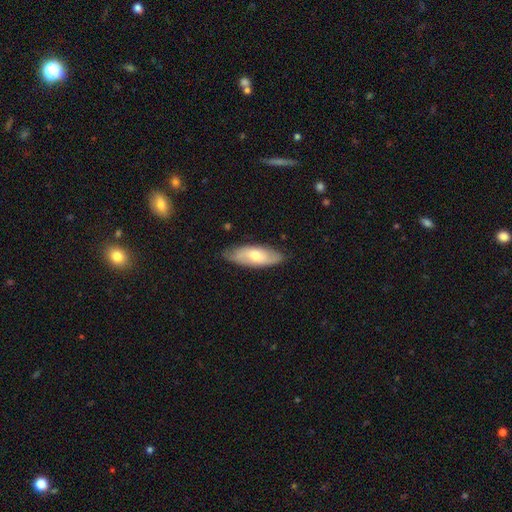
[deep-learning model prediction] Q: Smooth or featured?
A: smooth (58%); runner-up: featured or disk (37%)
Q: How rounded?
A: in between (74%); runner-up: cigar-shaped (24%)
Q: Merging?
A: none (79%); runner-up: minor disturbance (17%)